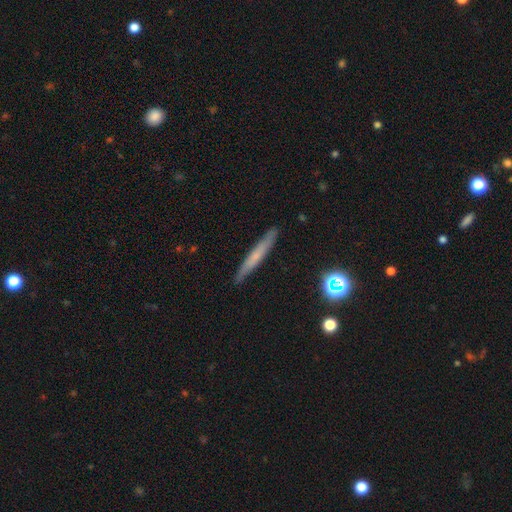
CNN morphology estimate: Smooth or featured: smooth — 51% (featured or disk — 40%)
How rounded: cigar-shaped — 95% (in between — 3%)
Merging: none — 89% (minor disturbance — 8%)